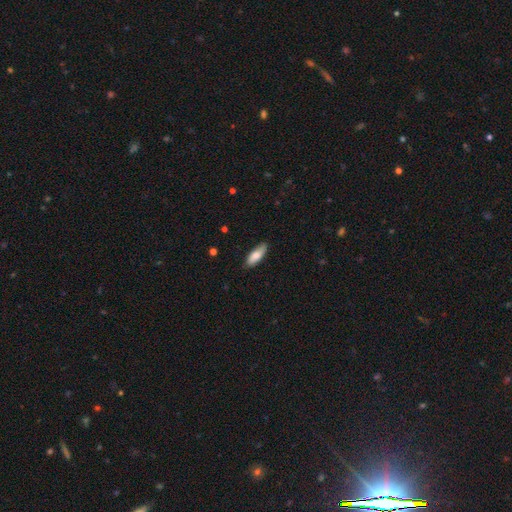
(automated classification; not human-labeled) Smooth or featured? smooth (78%)
How rounded? in between (66%)
Merging? none (83%)